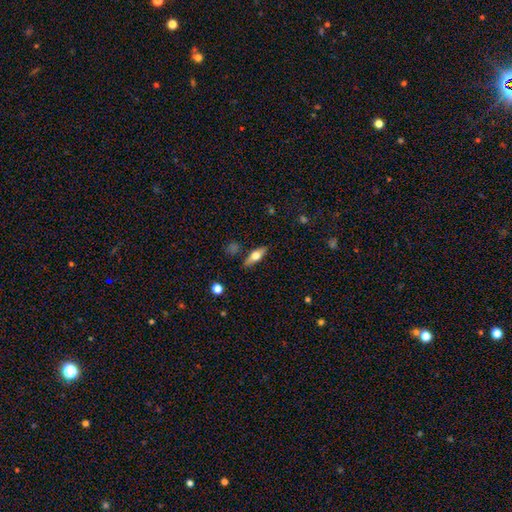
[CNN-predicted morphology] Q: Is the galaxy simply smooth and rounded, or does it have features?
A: smooth — 47%.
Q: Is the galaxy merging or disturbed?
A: none — 84%.